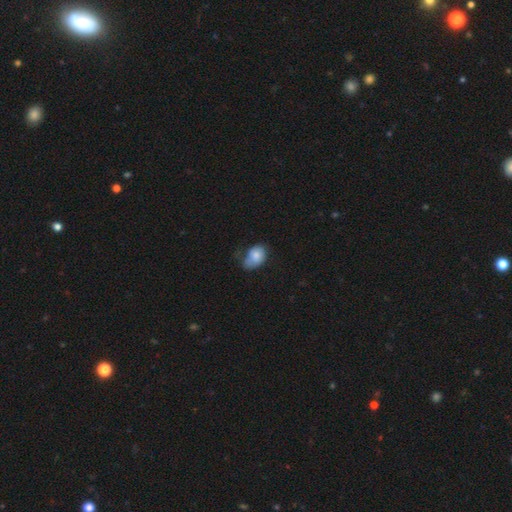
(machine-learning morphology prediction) Q: Smooth or featured?
A: smooth (78%); runner-up: featured or disk (14%)
Q: How rounded?
A: in between (80%); runner-up: round (19%)
Q: Merging?
A: minor disturbance (41%); runner-up: none (37%)